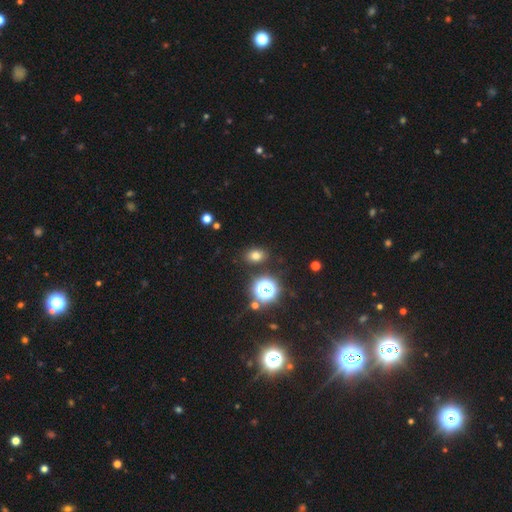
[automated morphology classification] smooth-or-featured: smooth: 72% | star or artifact: 20% | featured or disk: 8%
  how-rounded: in between: 66% | round: 32% | cigar-shaped: 1%
  merging: none: 86% | minor disturbance: 8% | major disturbance: 3% | merger: 3%